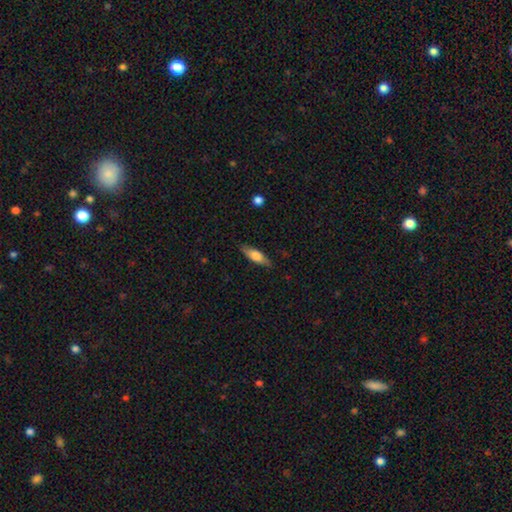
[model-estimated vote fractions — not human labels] This is likely a smooth galaxy (65%). How rounded: possibly in between (51%). Merging: clearly none (83%).